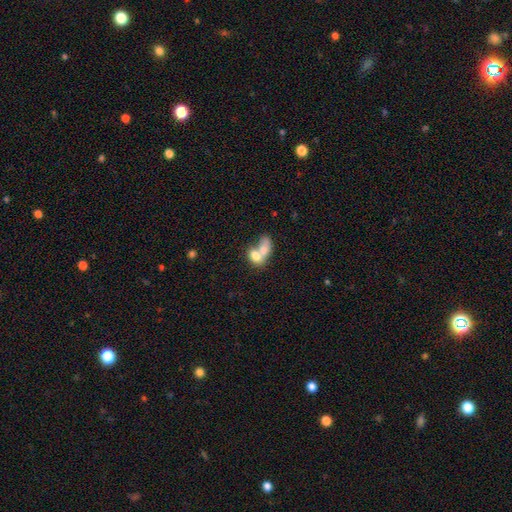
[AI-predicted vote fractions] Q: Smooth or featured?
A: smooth (72%); runner-up: featured or disk (21%)
Q: How rounded?
A: in between (80%); runner-up: round (18%)
Q: Merging?
A: merger (74%); runner-up: none (15%)